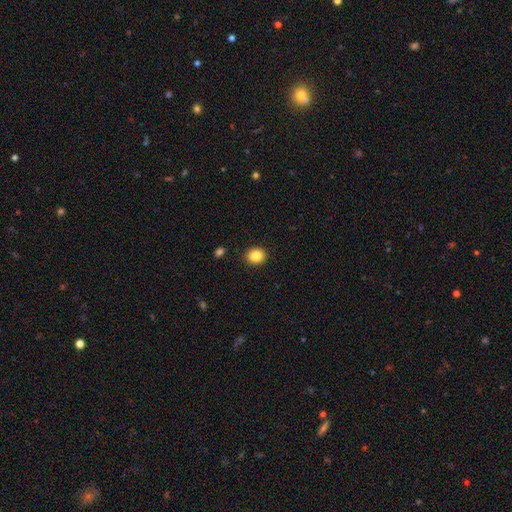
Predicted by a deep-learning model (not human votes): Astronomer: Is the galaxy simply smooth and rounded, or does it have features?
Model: smooth — 86%.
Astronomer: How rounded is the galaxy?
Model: round — 65%.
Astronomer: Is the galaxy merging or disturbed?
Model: none — 91%.